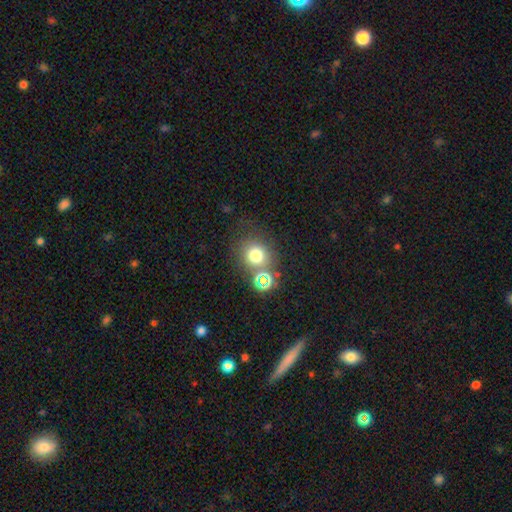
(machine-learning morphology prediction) The model was most divided on "merging": none: 65%, merger: 19%, minor disturbance: 10%, major disturbance: 5%. More confident: how rounded — round (87%); smooth or featured — smooth (73%).